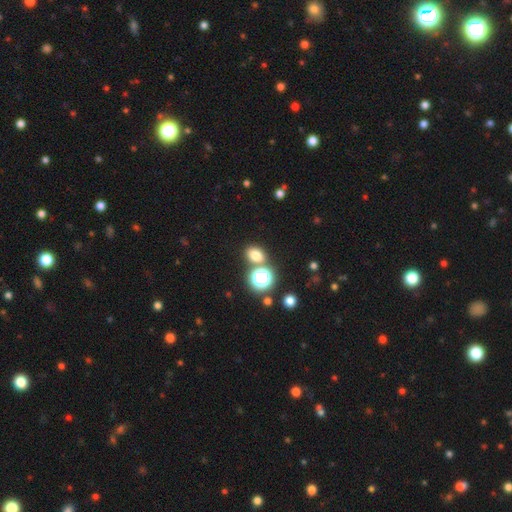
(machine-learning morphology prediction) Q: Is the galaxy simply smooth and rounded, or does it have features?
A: smooth — 71%.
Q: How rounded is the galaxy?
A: in between — 54%.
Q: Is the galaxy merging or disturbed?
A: none — 71%.